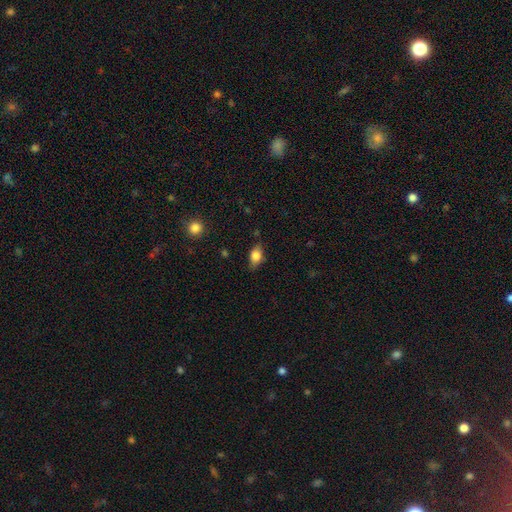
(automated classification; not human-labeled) A smooth galaxy with no disk features (79%) that is in between round and cigar-shaped (82%). Merging: none (77%).